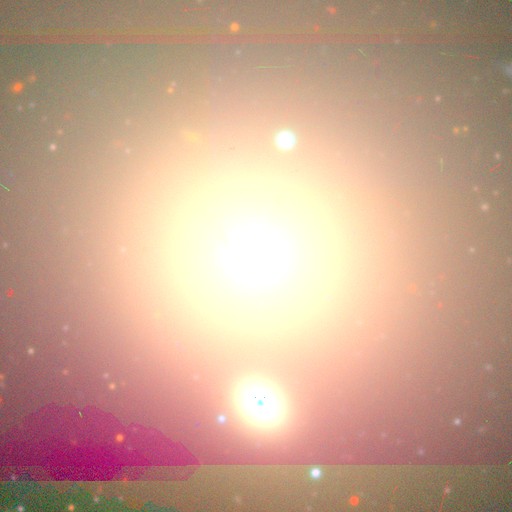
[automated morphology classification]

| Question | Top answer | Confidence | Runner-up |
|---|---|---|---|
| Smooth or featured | smooth | 59% | star or artifact (29%) |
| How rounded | round | 82% | in between (16%) |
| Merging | none | 70% | minor disturbance (11%) |